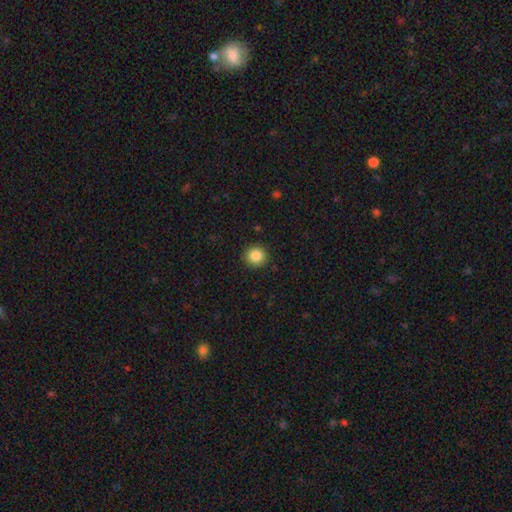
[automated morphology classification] The model was most divided on "smooth or featured": smooth: 86%, star or artifact: 9%, featured or disk: 4%. More confident: how rounded — round (92%); merging — none (91%).